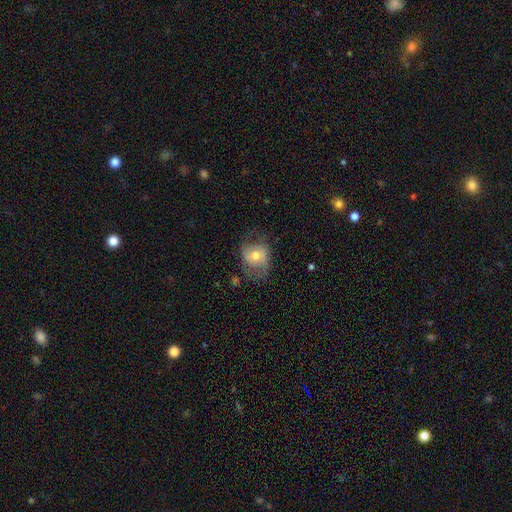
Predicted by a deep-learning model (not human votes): A smooth galaxy with no disk features (49%).

Vote fractions:
- Smooth or featured? smooth: 49% / featured or disk: 43% / star or artifact: 8%
- Merging? none: 52% / minor disturbance: 26% / major disturbance: 19% / merger: 2%